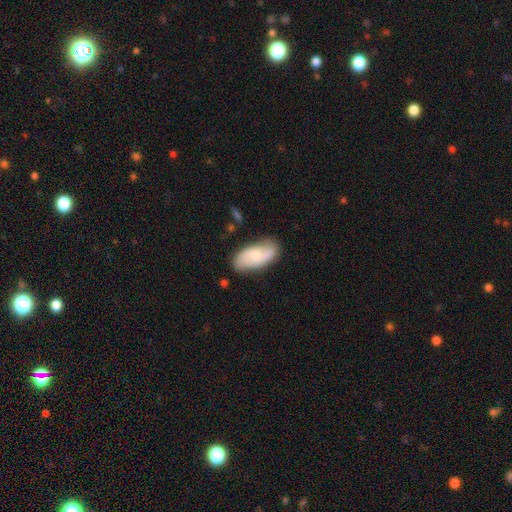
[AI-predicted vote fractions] Q: Smooth or featured?
A: featured or disk (52%); runner-up: smooth (42%)
Q: Edge-on disk?
A: no (93%); runner-up: yes (7%)
Q: Merging?
A: none (74%); runner-up: minor disturbance (19%)